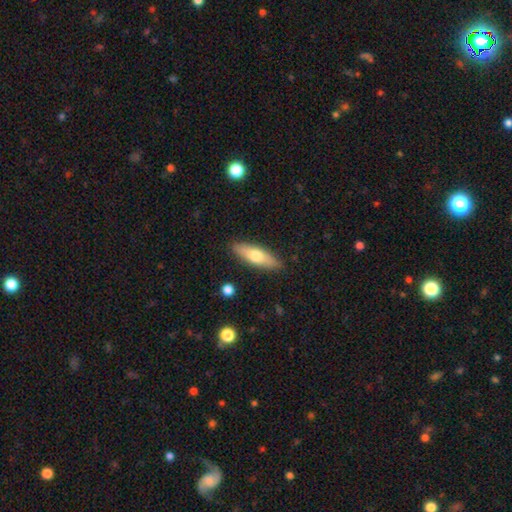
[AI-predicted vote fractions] The model was most divided on "how rounded": cigar-shaped: 50%, in between: 47%, round: 2%. More confident: merging — none (87%); smooth or featured — smooth (62%).